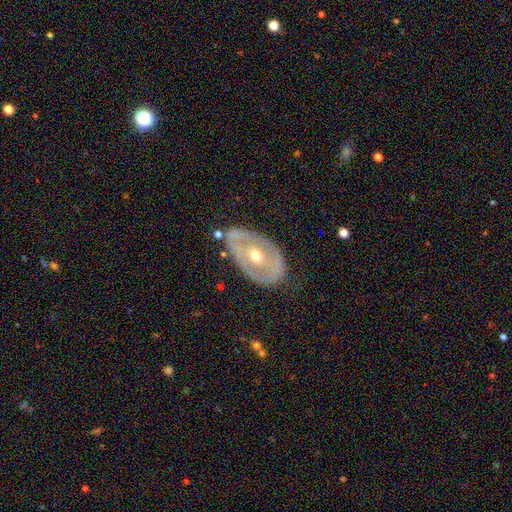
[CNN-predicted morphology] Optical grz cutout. It shows a featured or disk galaxy (69%) with no bar (71%), no spiral arms (71%) and a moderate central bulge (65%). Merging: none (70%).